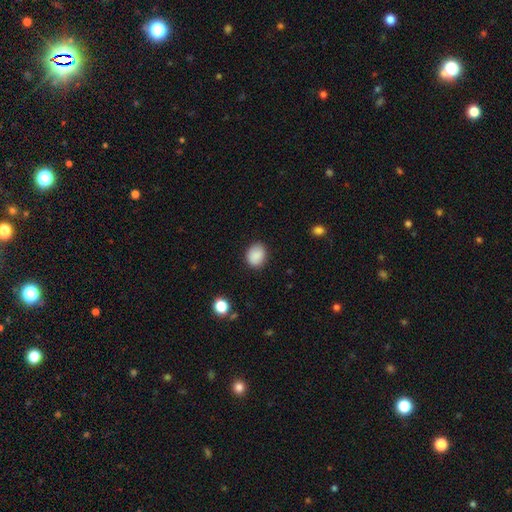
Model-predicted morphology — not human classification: smooth_or_featured: smooth (p=0.88) [alt: star or artifact p=0.08]
how_rounded: round (p=0.50) [alt: in between p=0.49]
merging: none (p=0.85) [alt: minor disturbance p=0.12]